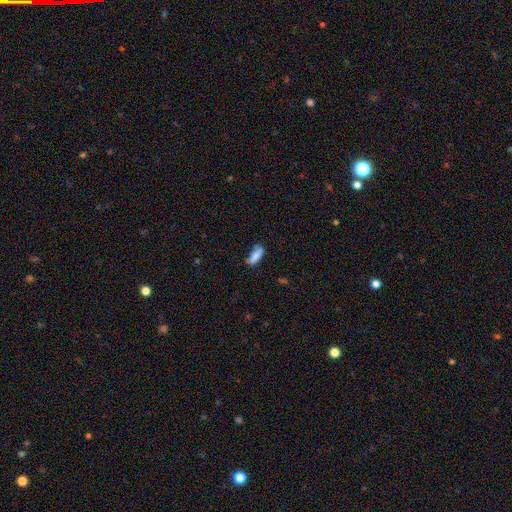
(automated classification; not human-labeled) smooth-or-featured: smooth: 83% | featured or disk: 9% | star or artifact: 8%
  how-rounded: in between: 58% | cigar-shaped: 40% | round: 2%
  merging: none: 55% | minor disturbance: 30% | major disturbance: 9% | merger: 5%